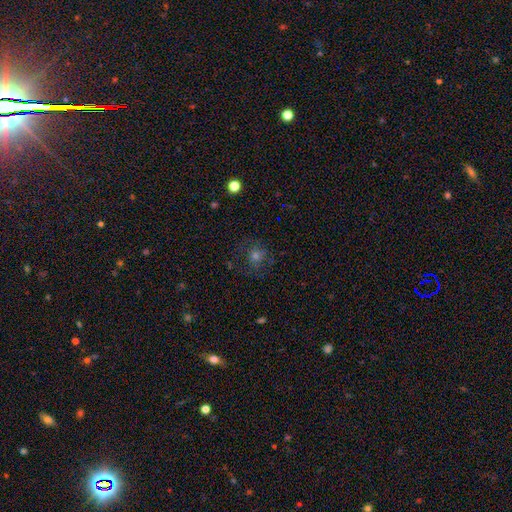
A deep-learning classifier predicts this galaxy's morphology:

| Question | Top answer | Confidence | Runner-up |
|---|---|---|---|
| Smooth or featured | smooth | 46% | star or artifact (27%) |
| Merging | none | 74% | minor disturbance (15%) |